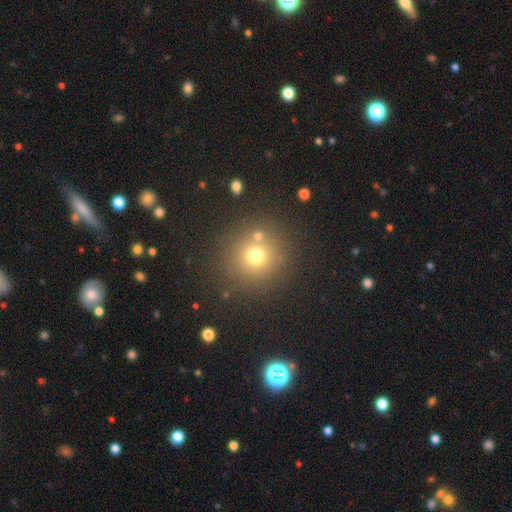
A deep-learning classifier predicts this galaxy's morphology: This appears to be a smooth galaxy with no disk features (69%) that is round (92%). Merging: none (79%).